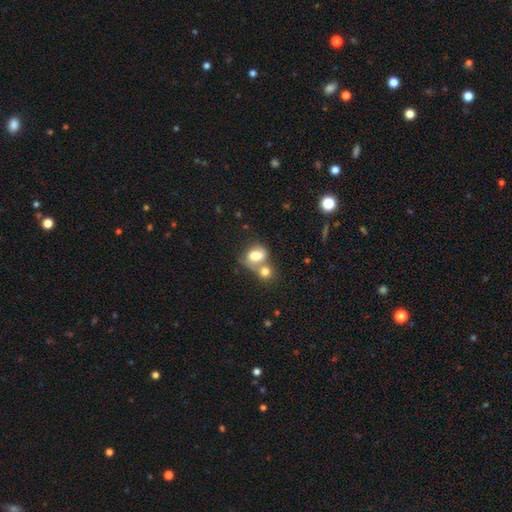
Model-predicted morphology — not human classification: Smooth or featured?
  - smooth: 75% *
  - featured or disk: 16%
  - star or artifact: 9%
How rounded?
  - in between: 71% *
  - round: 27%
  - cigar-shaped: 2%
Merging?
  - merger: 58% *
  - none: 24%
  - minor disturbance: 11%
  - major disturbance: 7%